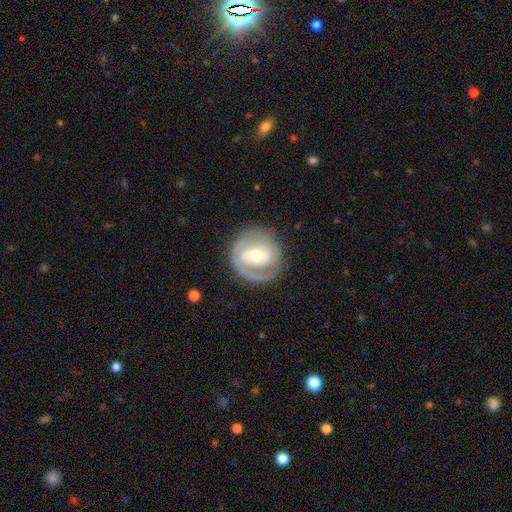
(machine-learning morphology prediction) Smooth or featured? Predicted: featured or disk (p=0.77). Edge-on disk? Predicted: no (p=0.97). Bar? Predicted: no (p=0.42). Spiral arms? Predicted: yes (p=0.86). Spiral winding? Predicted: tight (p=0.61). Spiral arm count? Predicted: 2 (p=0.43). Bulge size? Predicted: moderate (p=0.63). Merging? Predicted: none (p=0.77).